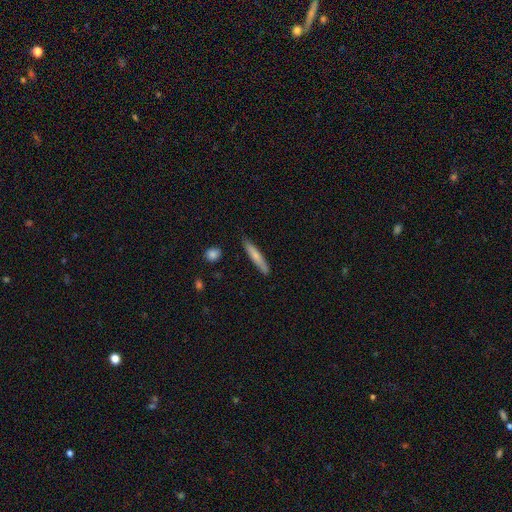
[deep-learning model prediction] smooth-or-featured: smooth: 70% | featured or disk: 24% | star or artifact: 6%
  how-rounded: cigar-shaped: 92% | in between: 7% | round: 1%
  merging: none: 84% | minor disturbance: 12% | major disturbance: 2% | merger: 2%